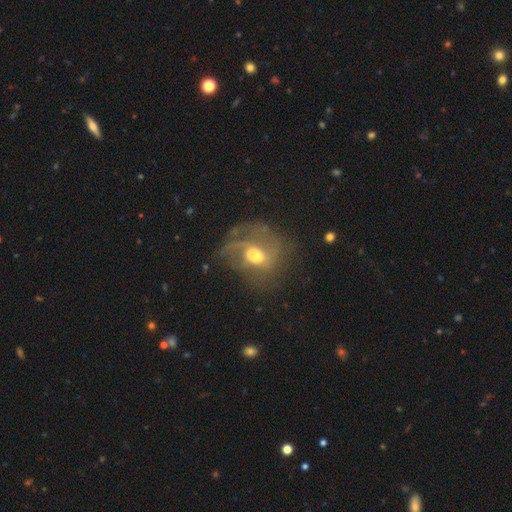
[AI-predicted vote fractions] Smooth or featured: featured or disk — 67% (smooth — 23%)
Edge-on disk: no — 97% (yes — 3%)
Bar: no — 64% (weak — 30%)
Spiral arms: yes — 76% (no — 24%)
Bulge size: moderate — 63% (small — 18%)
Merging: none — 44% (major disturbance — 32%)